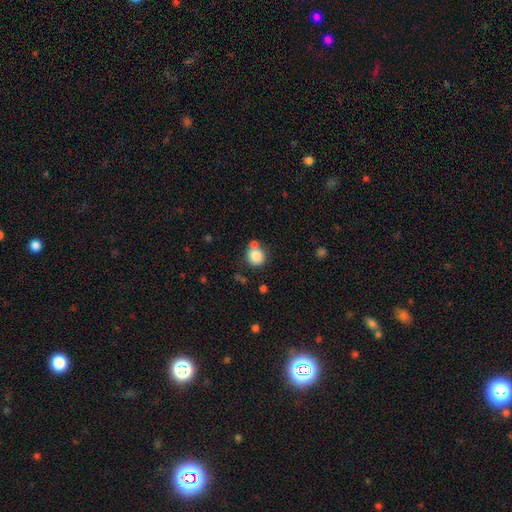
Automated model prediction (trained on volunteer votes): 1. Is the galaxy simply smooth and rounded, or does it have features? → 84% smooth, 9% star or artifact, 6% featured or disk.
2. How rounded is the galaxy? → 89% round, 10% in between, 1% cigar-shaped.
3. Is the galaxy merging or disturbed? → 63% none, 22% merger, 11% minor disturbance, 4% major disturbance.